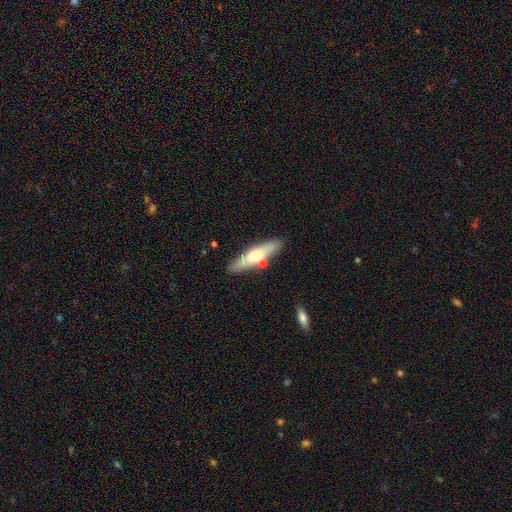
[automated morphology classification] smooth-or-featured: smooth: 52% | featured or disk: 43% | star or artifact: 6%
  how-rounded: cigar-shaped: 73% | in between: 25% | round: 2%
  merging: none: 78% | minor disturbance: 12% | merger: 7% | major disturbance: 3%